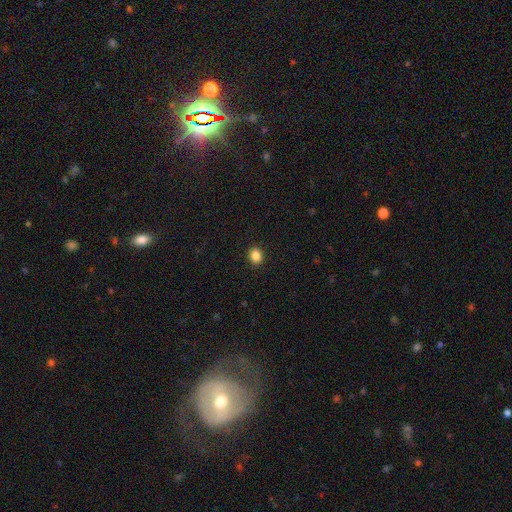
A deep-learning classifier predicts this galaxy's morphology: Smooth or featured: smooth — 86% (star or artifact — 10%)
How rounded: round — 65% (in between — 34%)
Merging: none — 92% (minor disturbance — 5%)